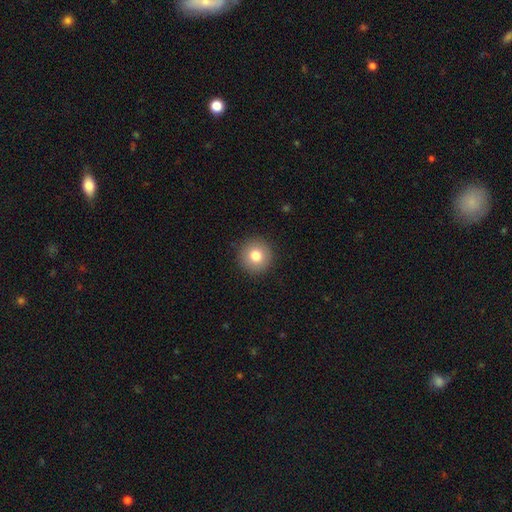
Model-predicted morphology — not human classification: Smooth or featured? smooth (79%)
How rounded? round (95%)
Merging? none (92%)